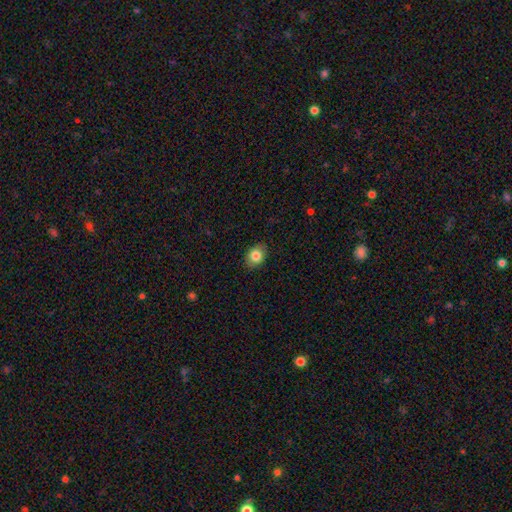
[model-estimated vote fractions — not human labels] smooth-or-featured: smooth: 83% | star or artifact: 9% | featured or disk: 8%
  how-rounded: in between: 51% | round: 48% | cigar-shaped: 1%
  merging: none: 87% | minor disturbance: 10% | major disturbance: 2% | merger: 1%